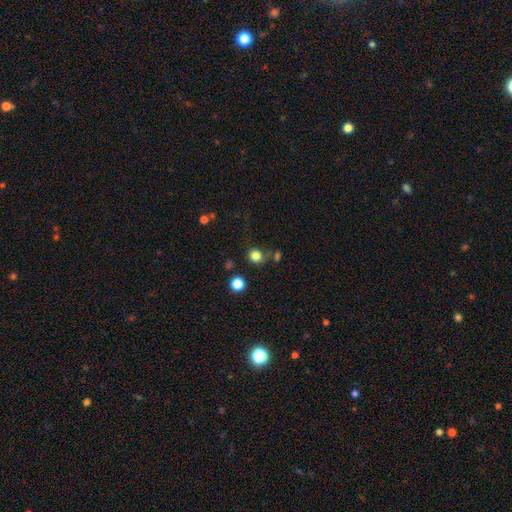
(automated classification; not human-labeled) Morphology: type=smooth (81%); roundness=round (86%); merging=none (72%).